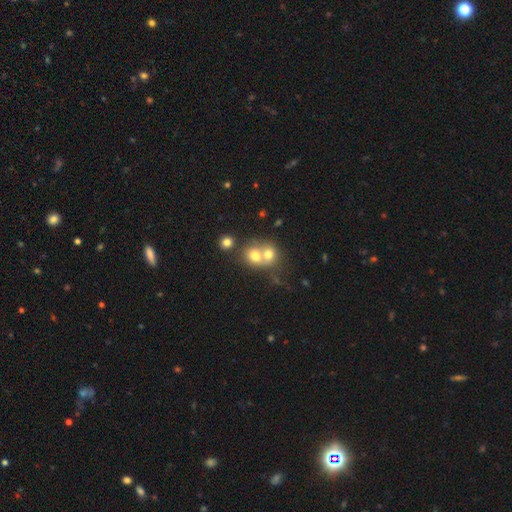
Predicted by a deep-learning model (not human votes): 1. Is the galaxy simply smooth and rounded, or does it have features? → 70% smooth, 18% featured or disk, 12% star or artifact.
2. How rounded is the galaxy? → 71% round, 28% in between, 1% cigar-shaped.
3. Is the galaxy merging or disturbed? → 66% merger, 26% none, 5% minor disturbance, 3% major disturbance.